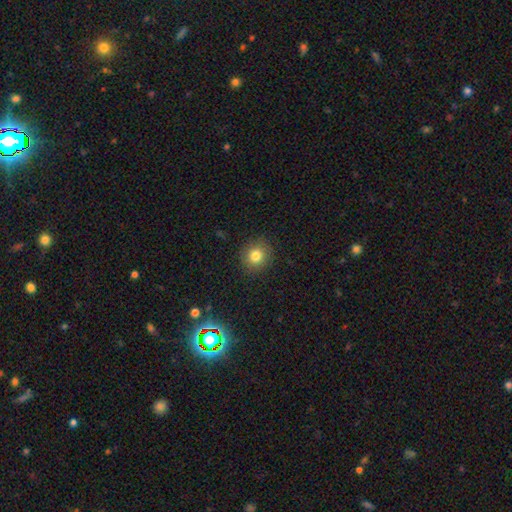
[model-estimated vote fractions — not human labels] Smooth or featured: smooth — 80% (star or artifact — 12%)
How rounded: round — 87% (in between — 13%)
Merging: none — 88% (minor disturbance — 8%)